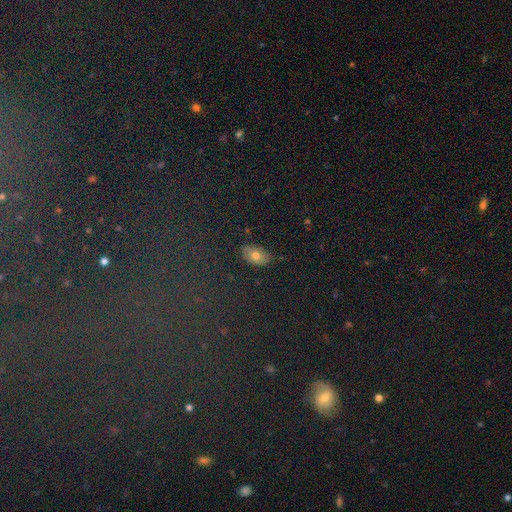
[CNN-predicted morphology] Smooth or featured? Predicted: smooth (p=0.71). How rounded? Predicted: in between (p=0.90). Merging? Predicted: none (p=0.78).